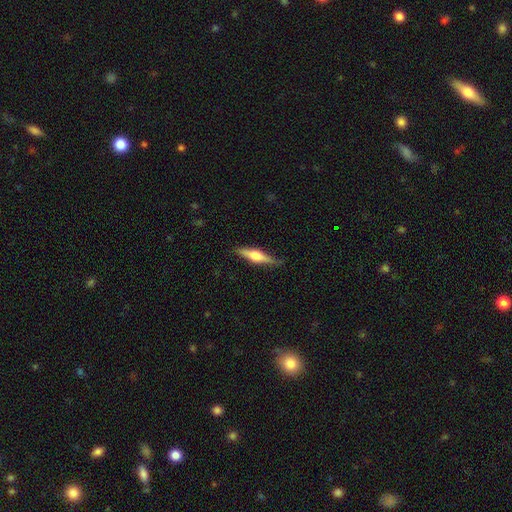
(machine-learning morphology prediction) Overall: featured or disk (63%; smooth 32%). Edge-on disk: yes (97%). Edge-on bulge: rounded (89%). Merging: none (82%).